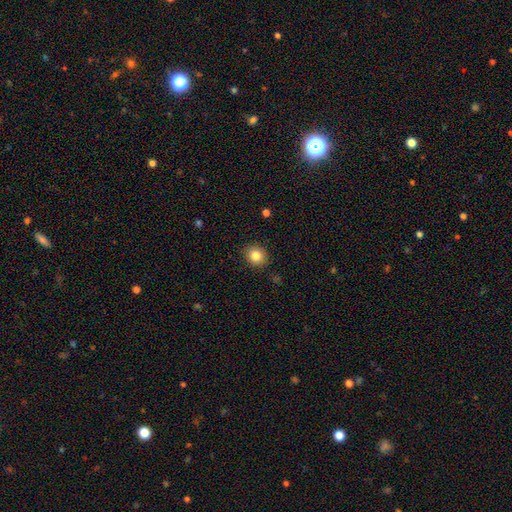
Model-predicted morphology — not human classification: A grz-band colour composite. It shows a smooth galaxy with no disk features (83%) that is round (82%). Merging: none (90%).